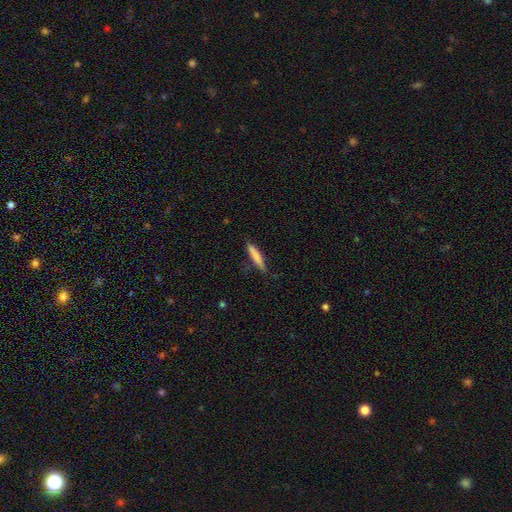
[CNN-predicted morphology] This is likely a smooth galaxy (79%). How rounded: clearly cigar-shaped (90%). Merging: likely none (78%).